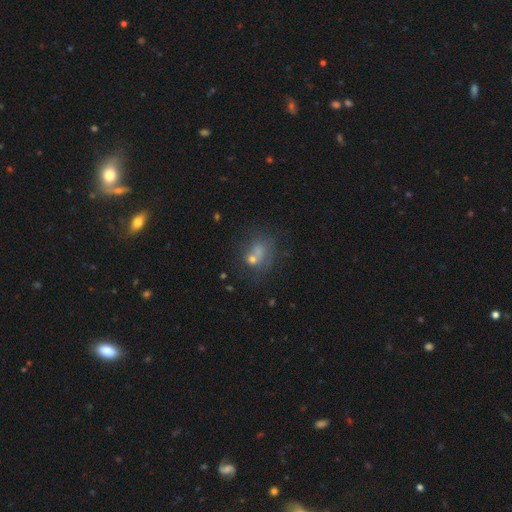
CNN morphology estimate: Q: Smooth or featured?
A: smooth (57%); runner-up: featured or disk (26%)
Q: How rounded?
A: round (54%); runner-up: in between (44%)
Q: Merging?
A: merger (37%); runner-up: none (35%)